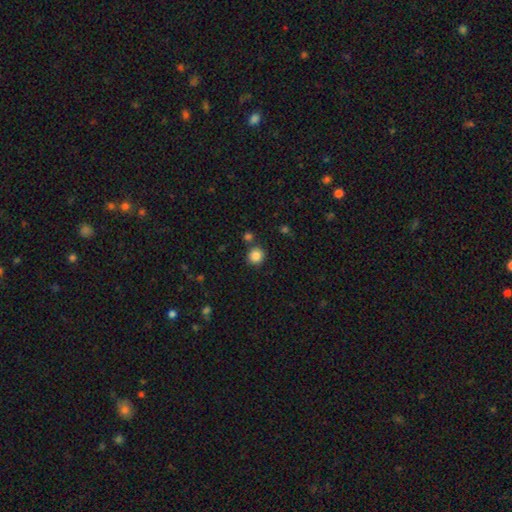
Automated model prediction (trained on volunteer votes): Morphology: type=smooth (85%); roundness=round (91%); merging=none (83%).